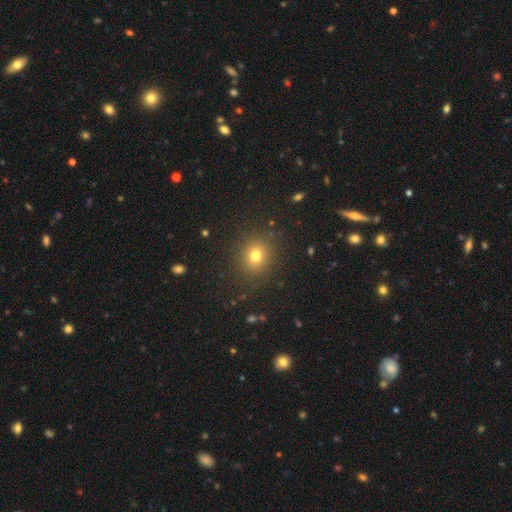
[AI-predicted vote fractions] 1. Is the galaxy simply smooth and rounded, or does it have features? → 76% smooth, 16% star or artifact, 7% featured or disk.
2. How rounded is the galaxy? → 80% round, 19% in between, 1% cigar-shaped.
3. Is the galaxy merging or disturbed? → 88% none, 7% minor disturbance, 3% major disturbance, 1% merger.